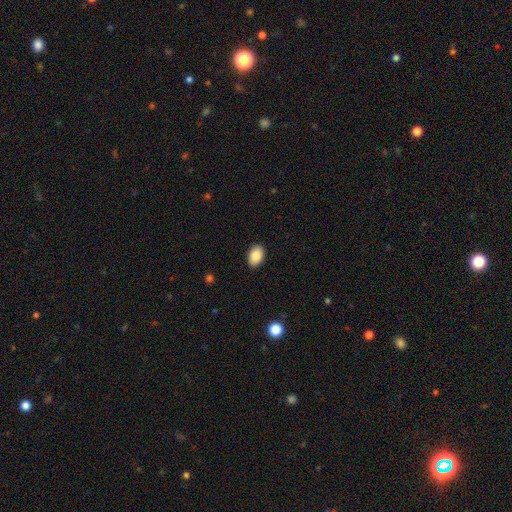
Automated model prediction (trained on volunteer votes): Smooth or featured? smooth (88%)
How rounded? in between (89%)
Merging? none (89%)